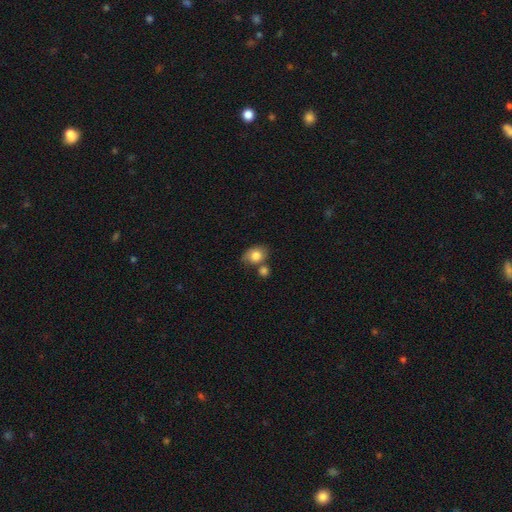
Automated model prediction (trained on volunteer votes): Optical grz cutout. It shows a smooth galaxy with no disk features (81%) that is in between round and cigar-shaped (61%). Merging: none (51%).